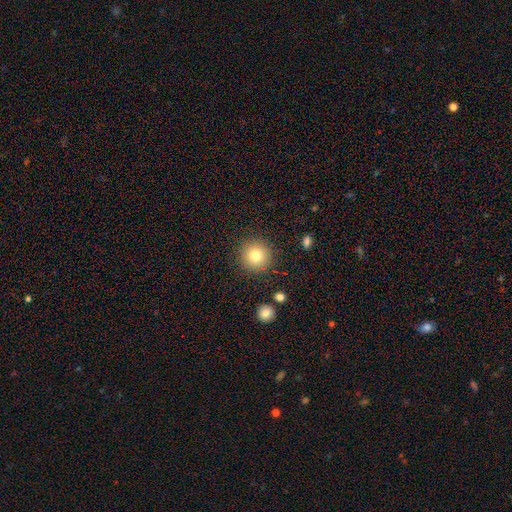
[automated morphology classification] Q: Smooth or featured?
A: smooth (80%); runner-up: star or artifact (11%)
Q: How rounded?
A: round (95%); runner-up: in between (4%)
Q: Merging?
A: none (89%); runner-up: minor disturbance (7%)